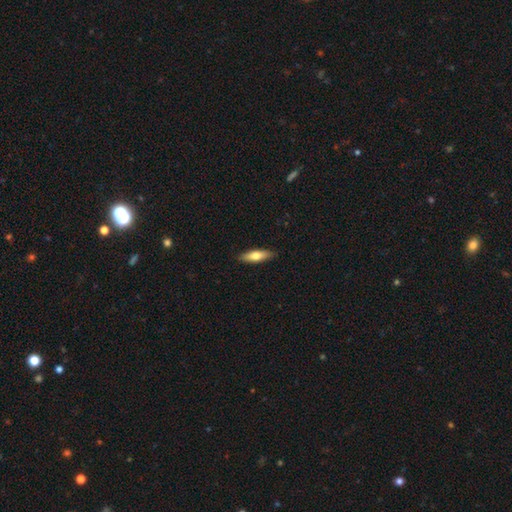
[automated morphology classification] Overall: smooth (69%). How rounded: cigar-shaped (55%; in between 43%). Merging: none (88%).